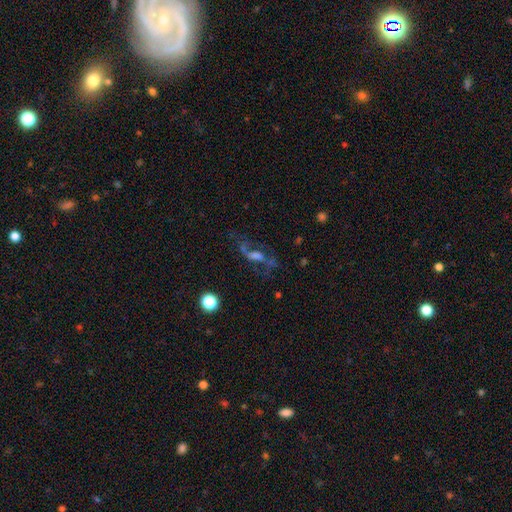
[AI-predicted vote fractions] Smooth or featured? Predicted: featured or disk (p=0.55). Edge-on disk? Predicted: no (p=0.85). Merging? Predicted: none (p=0.48).